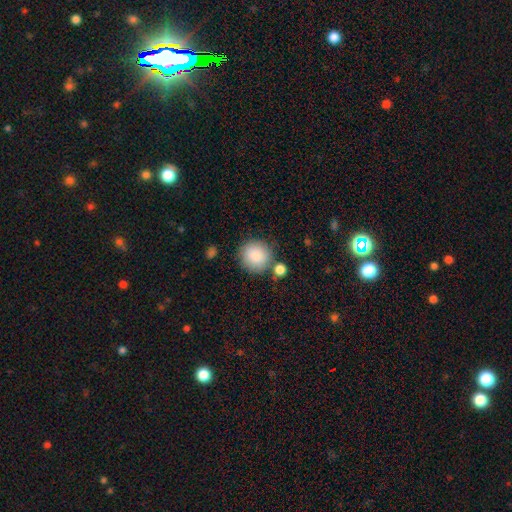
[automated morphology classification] A smooth galaxy with no disk features (88%) that is round (92%).

Vote fractions:
- Smooth or featured? smooth: 88% / star or artifact: 7% / featured or disk: 5%
- How rounded? round: 92% / in between: 7% / cigar-shaped: 1%
- Merging? none: 75% / minor disturbance: 11% / merger: 11% / major disturbance: 4%